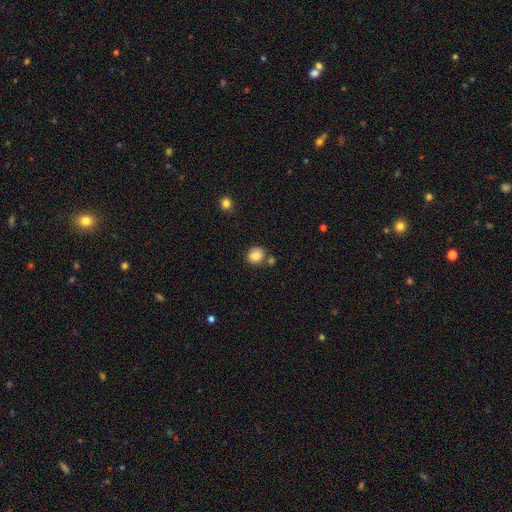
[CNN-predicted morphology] type=smooth (85%); roundness=round (81%); merging=none (73%).